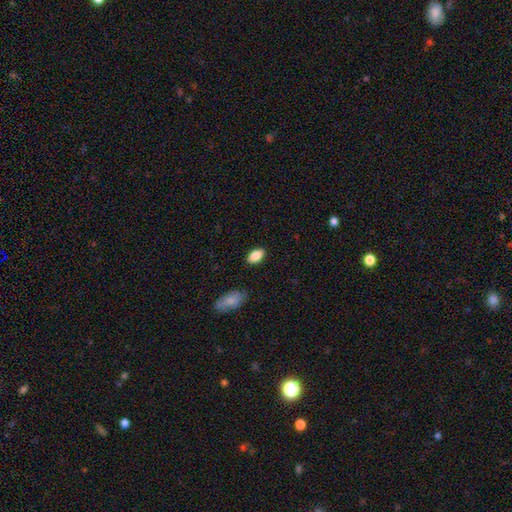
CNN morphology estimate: Overall: smooth (87%). How rounded: in between (92%). Merging: none (87%).